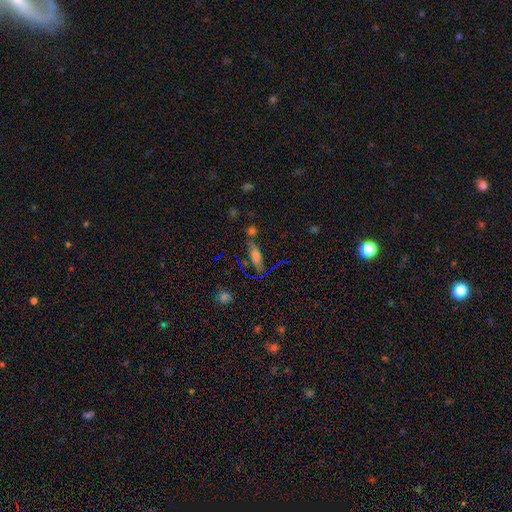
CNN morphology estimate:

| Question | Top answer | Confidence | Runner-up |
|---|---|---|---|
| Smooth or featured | smooth | 54% | featured or disk (28%) |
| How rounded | in between | 52% | cigar-shaped (43%) |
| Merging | none | 62% | minor disturbance (18%) |